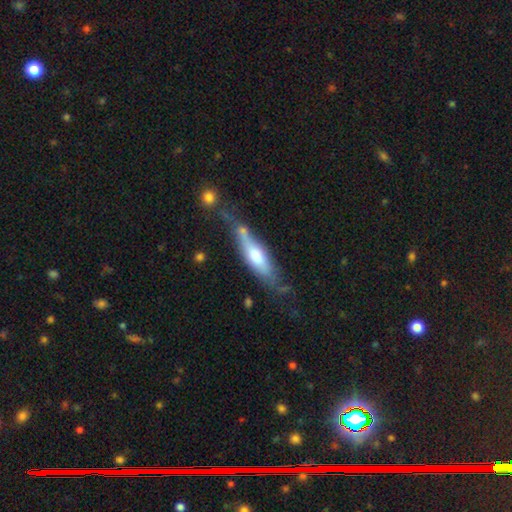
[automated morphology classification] smooth-or-featured: smooth: 57% | featured or disk: 37% | star or artifact: 6%
  how-rounded: cigar-shaped: 56% | in between: 42% | round: 2%
  merging: none: 43% | minor disturbance: 29% | major disturbance: 16% | merger: 13%